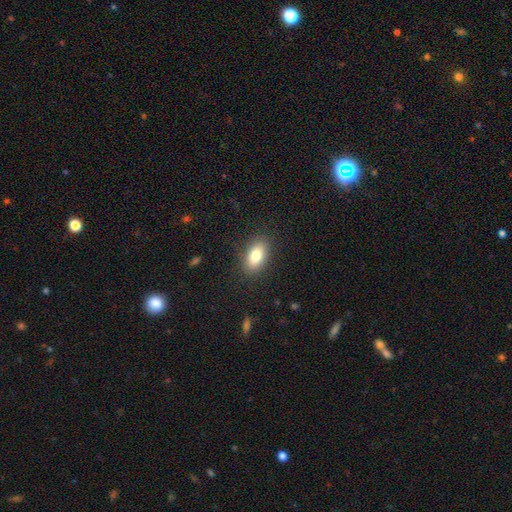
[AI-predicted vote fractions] Q: Smooth or featured?
A: smooth (82%); runner-up: featured or disk (10%)
Q: How rounded?
A: in between (90%); runner-up: round (6%)
Q: Merging?
A: none (87%); runner-up: minor disturbance (9%)